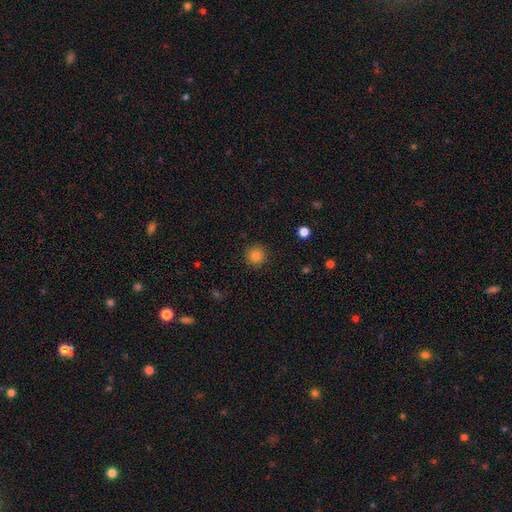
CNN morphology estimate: Smooth or featured?
  - smooth: 83% *
  - star or artifact: 12%
  - featured or disk: 5%
How rounded?
  - round: 94% *
  - in between: 5%
  - cigar-shaped: 1%
Merging?
  - none: 91% *
  - minor disturbance: 6%
  - major disturbance: 2%
  - merger: 1%